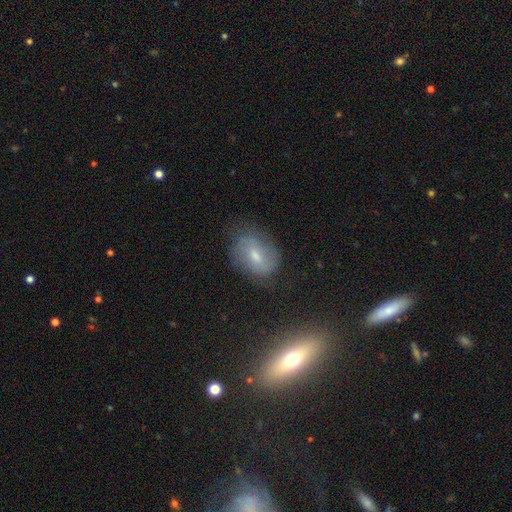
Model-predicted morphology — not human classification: The model was most divided on "smooth or featured": featured or disk: 48%, smooth: 41%, star or artifact: 11%. More confident: merging — none (67%).